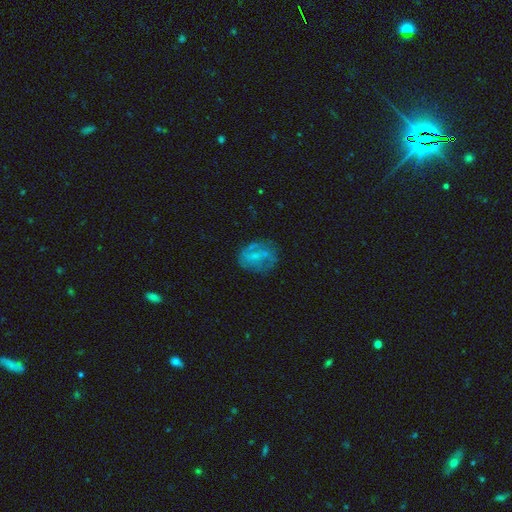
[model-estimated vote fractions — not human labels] smooth-or-featured: featured or disk: 57% | smooth: 33% | star or artifact: 10%
  disk-edge-on: no: 97% | yes: 3%
    bar: weak: 43% | no: 42% | strong: 14%
    has-spiral-arms: yes: 63% | no: 37%
    bulge-size: small: 48% | none: 33% | moderate: 17% | large: 2% | dominant: 1%
  merging: none: 63% | minor disturbance: 21% | major disturbance: 14% | merger: 2%